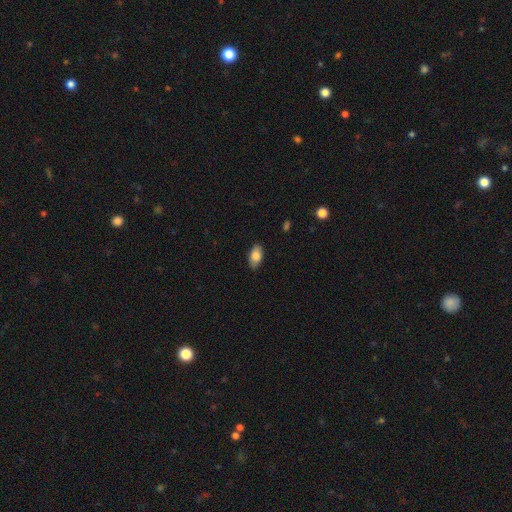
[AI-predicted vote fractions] smooth 82%, featured or disk 11%, star or artifact 7%. Down the decision tree: how rounded — in between (93%); merging — none (84%).